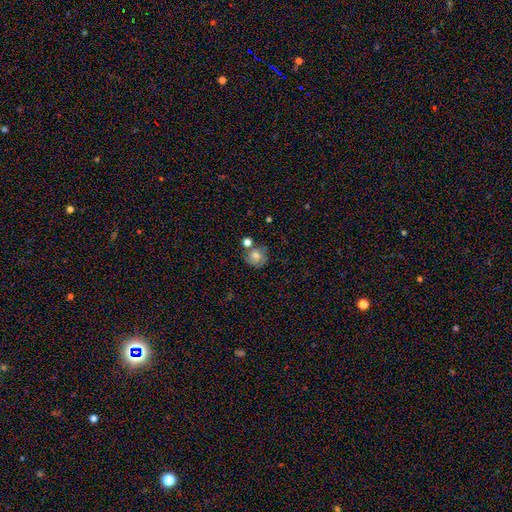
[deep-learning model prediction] The model was most divided on "merging": none: 56%, merger: 21%, minor disturbance: 17%, major disturbance: 6%. More confident: how rounded — round (87%); smooth or featured — smooth (72%).